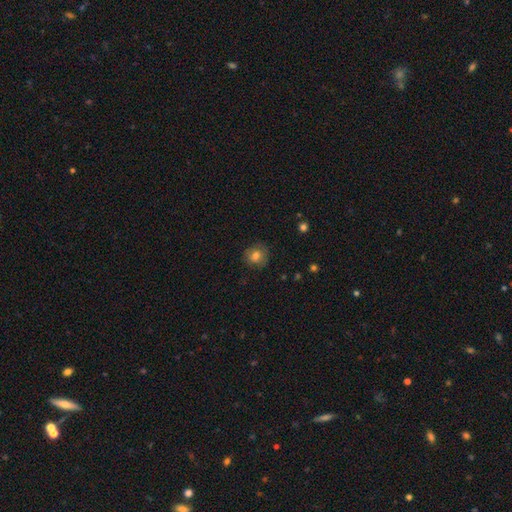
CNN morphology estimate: This is likely a smooth galaxy (75%). How rounded: clearly round (84%). Merging: likely none (80%).